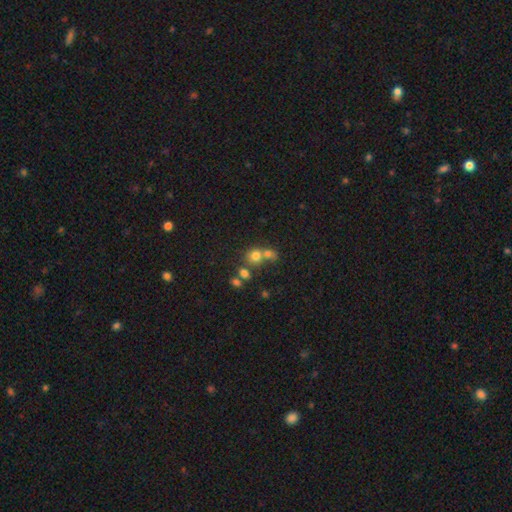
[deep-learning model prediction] Smooth or featured? Predicted: smooth (p=0.73). How rounded? Predicted: round (p=0.78). Merging? Predicted: merger (p=0.47).